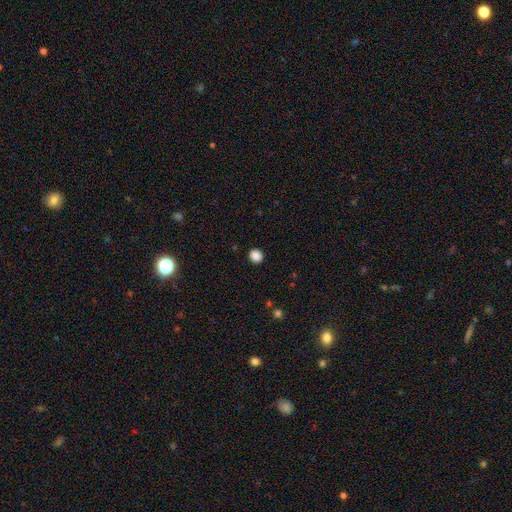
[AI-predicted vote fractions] This appears to be a smooth galaxy with no disk features (88%) that is round (84%). Merging: none (92%).